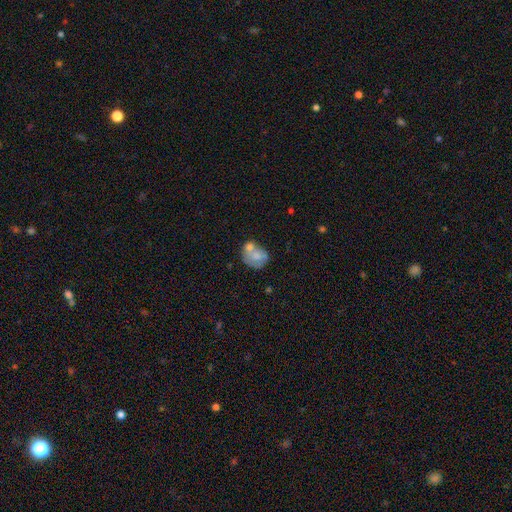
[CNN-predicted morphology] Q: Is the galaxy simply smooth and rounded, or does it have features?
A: smooth — 59%.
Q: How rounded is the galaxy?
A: round — 53%.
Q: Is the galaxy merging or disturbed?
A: merger — 40%.